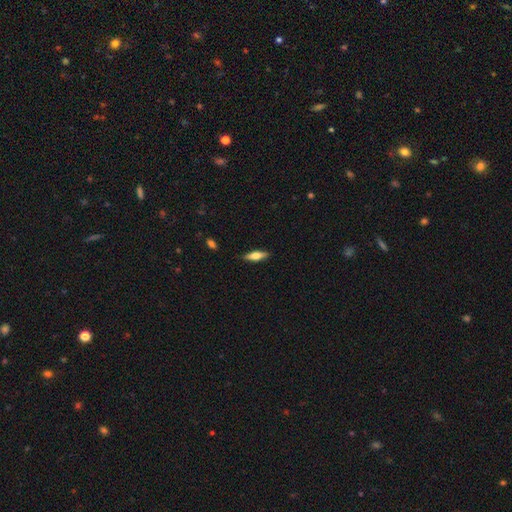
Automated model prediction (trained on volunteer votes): Smooth or featured: smooth — 59% (featured or disk — 34%)
How rounded: in between — 49% (tied with cigar-shaped — 49%)
Merging: none — 87% (minor disturbance — 10%)